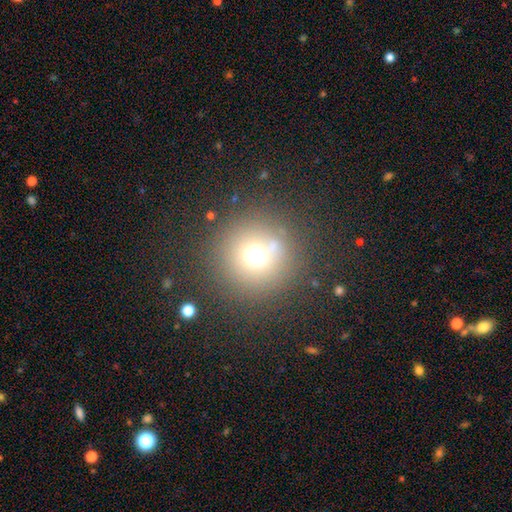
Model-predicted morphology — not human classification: A smooth galaxy with no disk features (64%) that is round (95%).

Vote fractions:
- Smooth or featured? smooth: 64% / star or artifact: 25% / featured or disk: 11%
- How rounded? round: 95% / in between: 4% / cigar-shaped: 1%
- Merging? none: 81% / minor disturbance: 8% / major disturbance: 6% / merger: 5%